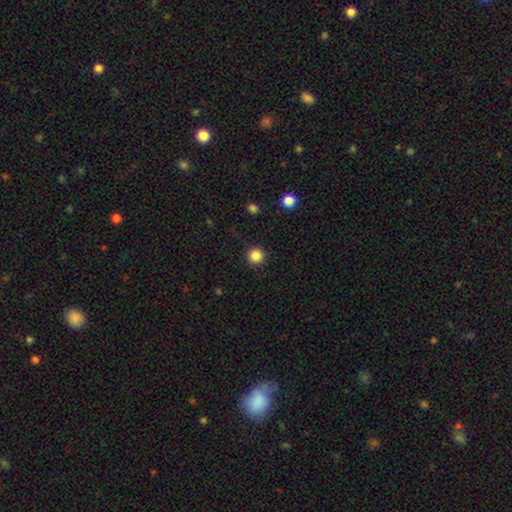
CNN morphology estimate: smooth 86%, star or artifact 11%, featured or disk 3%. Down the decision tree: how rounded — round (95%); merging — none (92%).